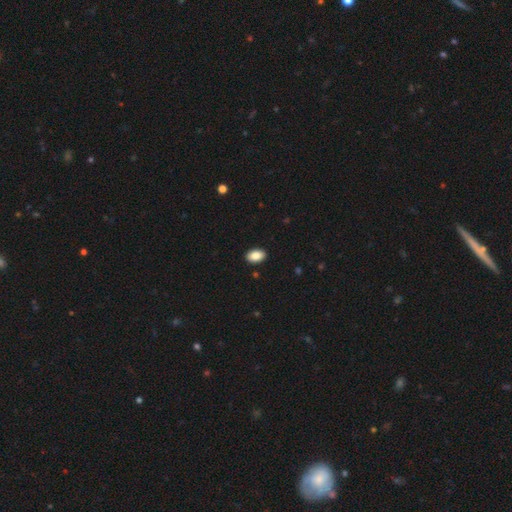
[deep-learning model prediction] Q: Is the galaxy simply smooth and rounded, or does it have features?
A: smooth — 86%.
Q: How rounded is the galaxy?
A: in between — 90%.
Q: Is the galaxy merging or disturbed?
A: none — 91%.